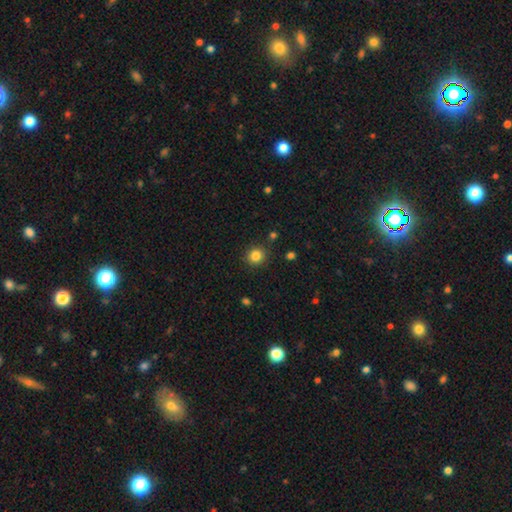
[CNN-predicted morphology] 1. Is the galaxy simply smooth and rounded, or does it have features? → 84% smooth, 11% star or artifact, 5% featured or disk.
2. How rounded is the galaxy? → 89% round, 11% in between, 1% cigar-shaped.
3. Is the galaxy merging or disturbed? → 88% none, 8% minor disturbance, 2% major disturbance, 2% merger.